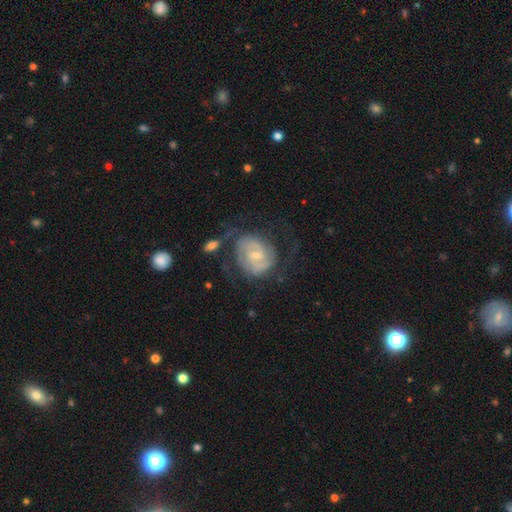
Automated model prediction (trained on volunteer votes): Overall: featured or disk (81%). Edge-on disk: no (97%). Bar: weak (53%; no 34%). Spiral arms: yes (92%). Spiral arm count: 2 (59%; can't tell 23%). Spiral winding: tight (50%; medium 37%). Bulge size: small (61%; moderate 34%). Merging: none (57%; minor disturbance 21%).